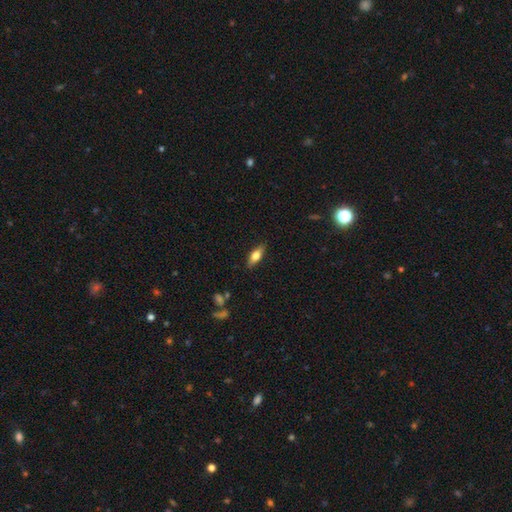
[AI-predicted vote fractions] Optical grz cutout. It shows a smooth galaxy with no disk features (66%) that is in between round and cigar-shaped (69%). Merging: none (85%).